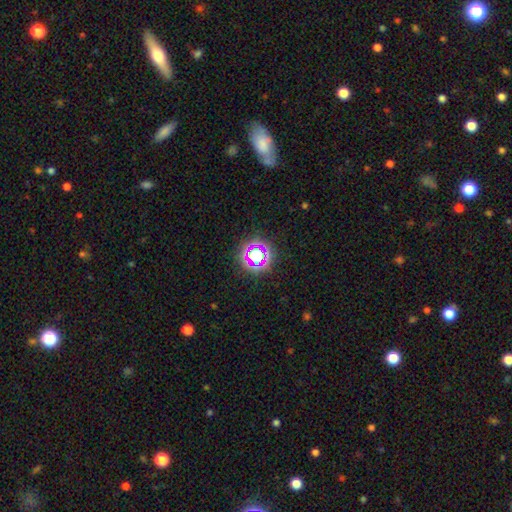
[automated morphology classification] Overall: star or artifact (58%; smooth 29%).